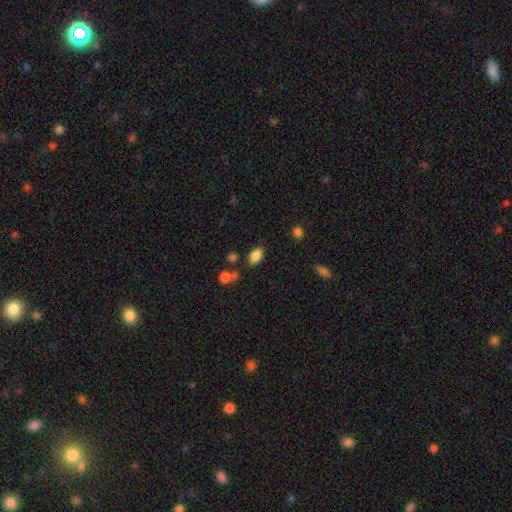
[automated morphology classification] A smooth galaxy with no disk features (85%) that is in between round and cigar-shaped (90%). Merging: none (76%).